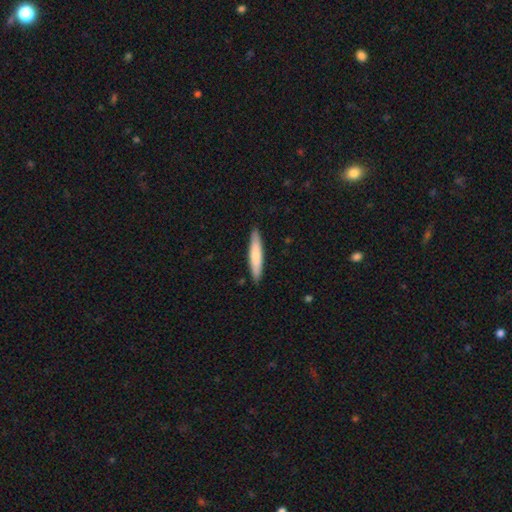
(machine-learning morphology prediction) The model was most divided on "smooth or featured": smooth: 74%, featured or disk: 21%, star or artifact: 5%. More confident: merging — none (89%); how rounded — cigar-shaped (89%).